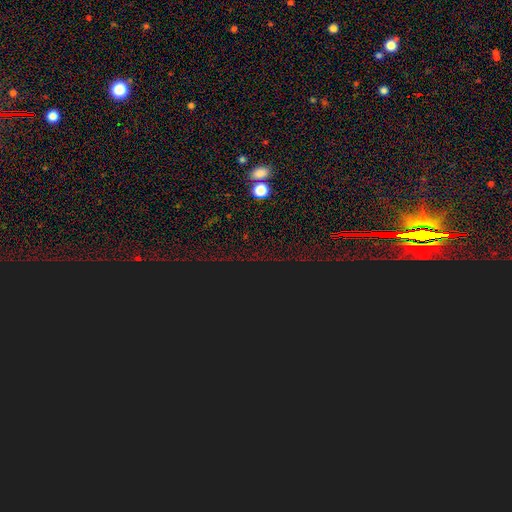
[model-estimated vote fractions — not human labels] Q: Smooth or featured?
A: star or artifact (83%); runner-up: smooth (11%)